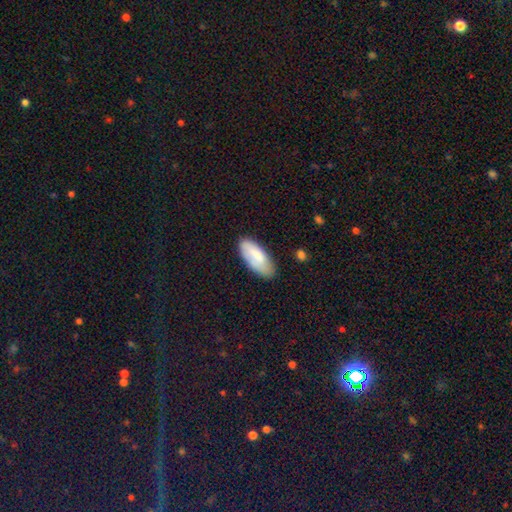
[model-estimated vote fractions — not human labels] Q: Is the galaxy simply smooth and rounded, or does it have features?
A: smooth — 75%.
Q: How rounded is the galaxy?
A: in between — 85%.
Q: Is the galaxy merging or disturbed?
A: none — 74%.